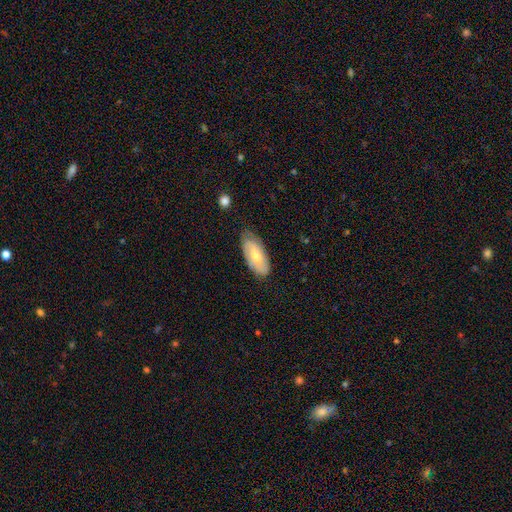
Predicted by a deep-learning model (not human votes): The model was most divided on "smooth or featured": smooth: 59%, featured or disk: 35%, star or artifact: 6%. More confident: how rounded — in between (88%); merging — none (71%).